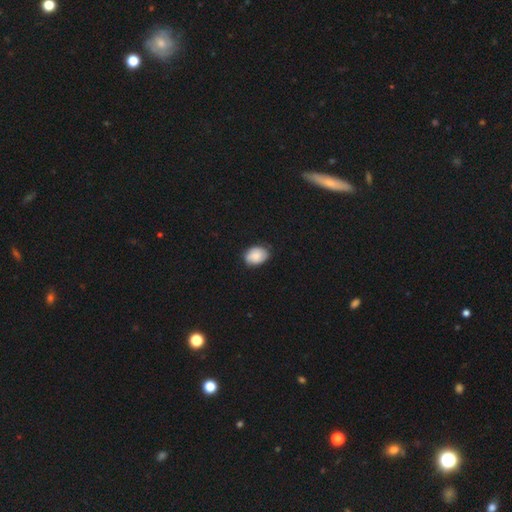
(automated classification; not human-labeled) Smooth or featured?
  - smooth: 76% *
  - featured or disk: 16%
  - star or artifact: 8%
How rounded?
  - in between: 68% *
  - round: 31%
  - cigar-shaped: 1%
Merging?
  - none: 78% *
  - minor disturbance: 17%
  - major disturbance: 3%
  - merger: 1%